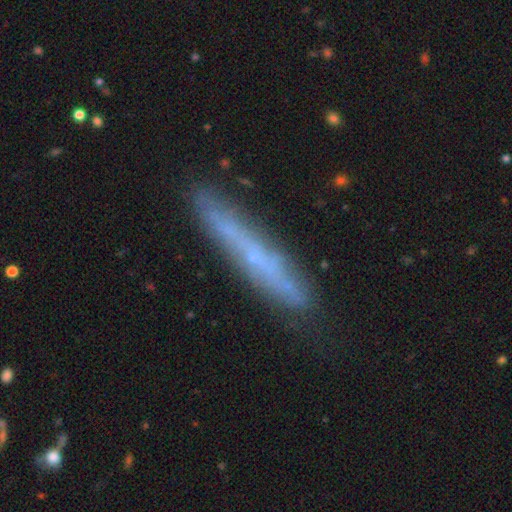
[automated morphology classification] Smooth or featured? featured or disk (57%)
Edge-on disk? yes (81%)
Merging? none (82%)